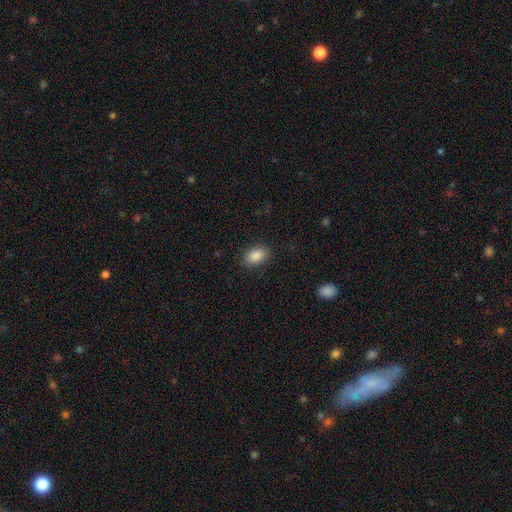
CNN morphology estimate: A smooth galaxy with no disk features (88%) that is in between round and cigar-shaped (87%). Merging: none (87%).